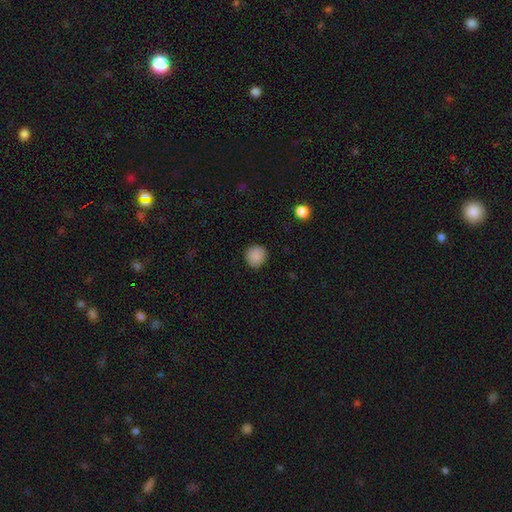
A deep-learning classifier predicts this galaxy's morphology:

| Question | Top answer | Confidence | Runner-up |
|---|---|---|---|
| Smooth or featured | smooth | 88% | star or artifact (9%) |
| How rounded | round | 92% | in between (7%) |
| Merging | none | 90% | minor disturbance (7%) |